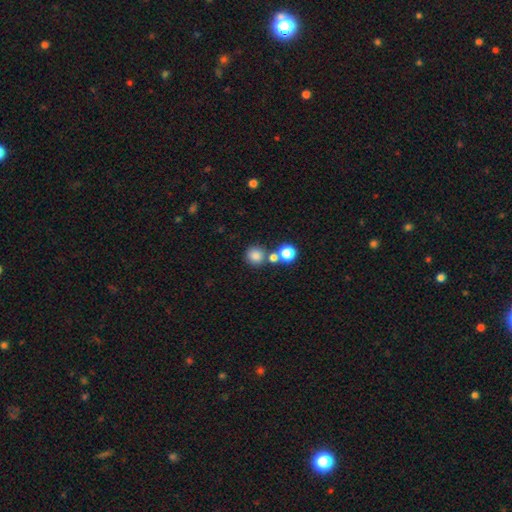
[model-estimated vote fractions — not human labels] Overall: smooth (80%). How rounded: round (92%). Merging: none (70%).